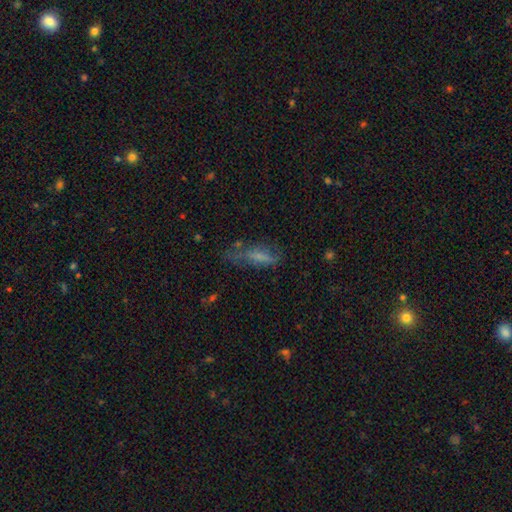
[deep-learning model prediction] Smooth or featured? smooth (56%)
How rounded? cigar-shaped (55%)
Merging? none (46%)